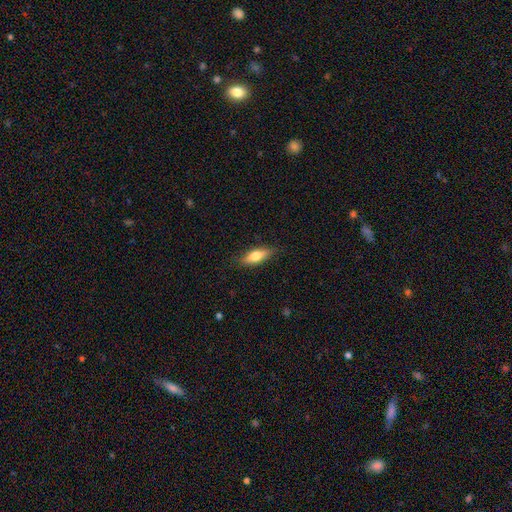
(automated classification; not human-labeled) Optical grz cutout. It shows a smooth galaxy with no disk features (65%) that is in between round and cigar-shaped (58%). Merging: none (83%).